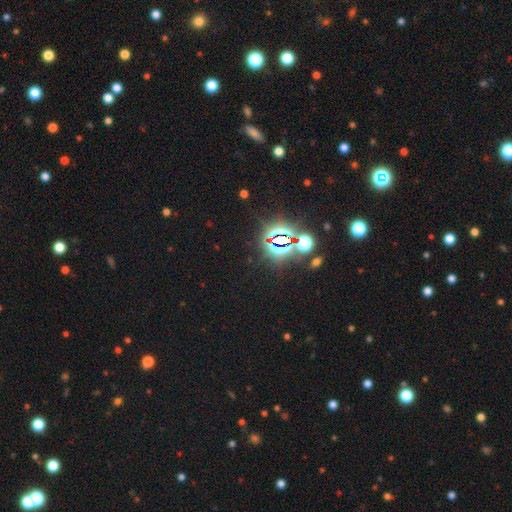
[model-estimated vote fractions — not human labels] This appears to be a star or artifact, not a galaxy (81%).